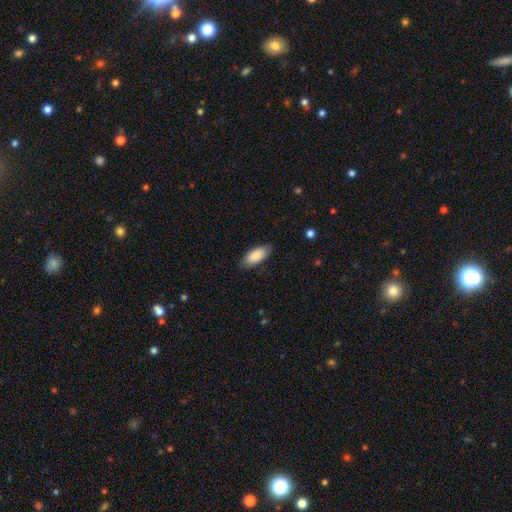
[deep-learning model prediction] Smooth or featured? Predicted: smooth (p=0.85). How rounded? Predicted: in between (p=0.86). Merging? Predicted: none (p=0.82).